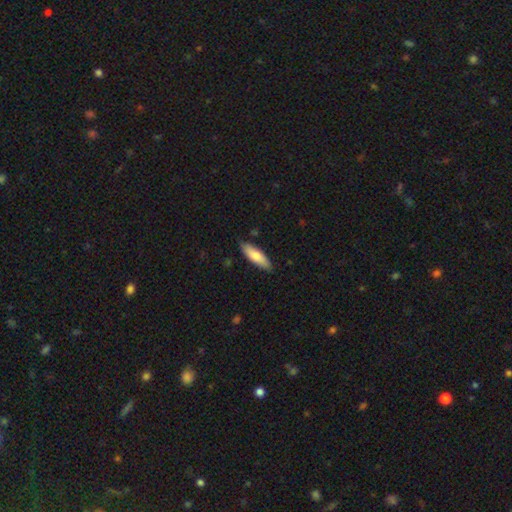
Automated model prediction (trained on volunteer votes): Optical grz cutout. It shows a smooth galaxy with no disk features (76%) that is cigar-shaped (50%). Merging: none (85%).